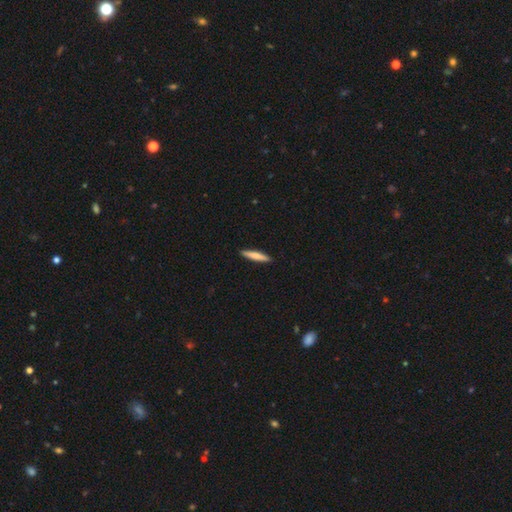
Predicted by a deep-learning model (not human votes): Overall: smooth (71%). How rounded: cigar-shaped (91%). Merging: none (91%).